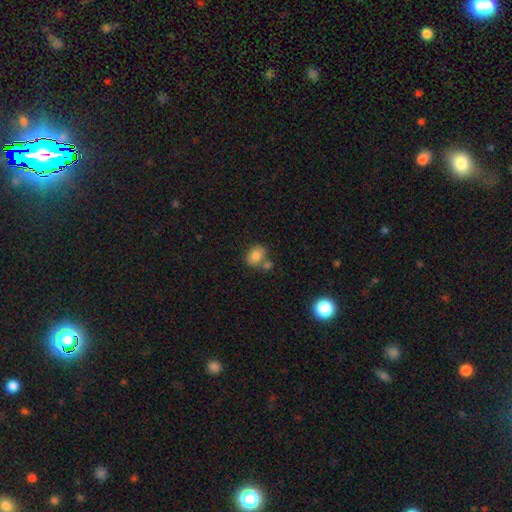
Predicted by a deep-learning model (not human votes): smooth 83%, star or artifact 9%, featured or disk 8%. Down the decision tree: how rounded — in between (63%); merging — none (56%).